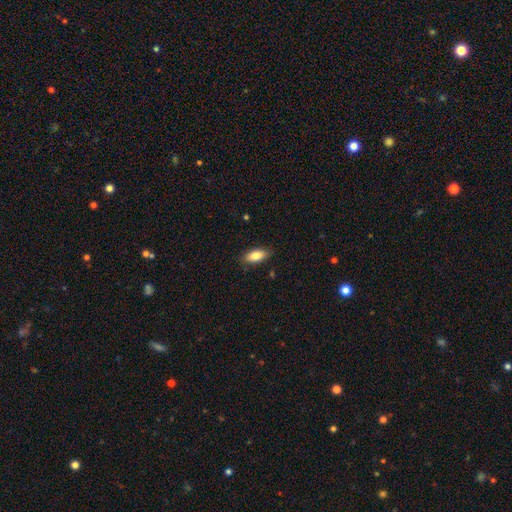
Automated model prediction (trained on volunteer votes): This is clearly a smooth galaxy (82%). How rounded: clearly in between (84%). Merging: clearly none (86%).